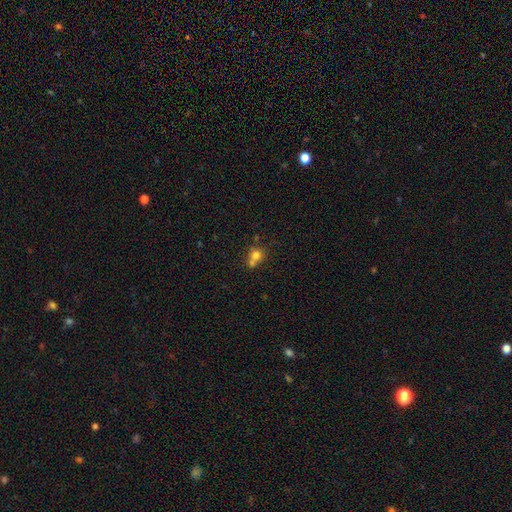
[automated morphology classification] The model was most divided on "merging": merger: 46%, none: 42%, minor disturbance: 9%, major disturbance: 4%. More confident: how rounded — round (81%); smooth or featured — smooth (74%).